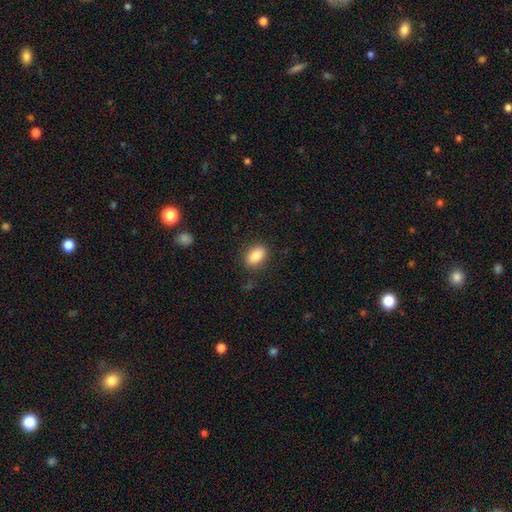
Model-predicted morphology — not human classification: Smooth or featured: smooth — 86% (star or artifact — 8%)
How rounded: in between — 87% (round — 10%)
Merging: none — 84% (minor disturbance — 11%)